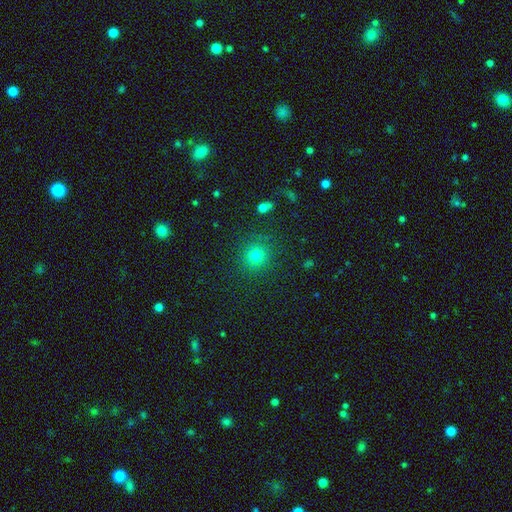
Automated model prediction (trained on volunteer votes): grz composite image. It shows a smooth galaxy with no disk features (78%) that is round (93%). Merging: none (88%).